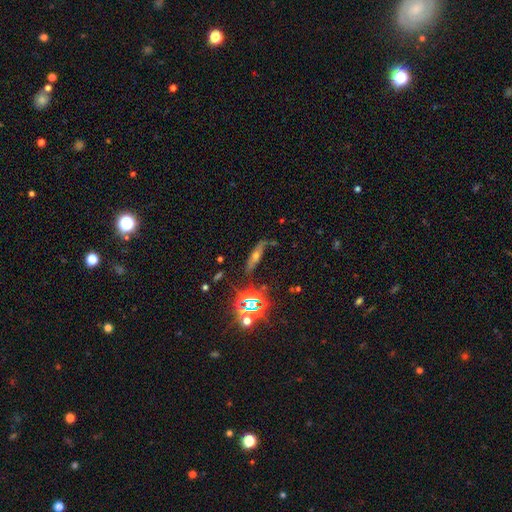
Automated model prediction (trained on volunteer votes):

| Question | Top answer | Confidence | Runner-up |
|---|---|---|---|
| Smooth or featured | featured or disk | 38% | smooth (36%) |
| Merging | none | 63% | minor disturbance (22%) |